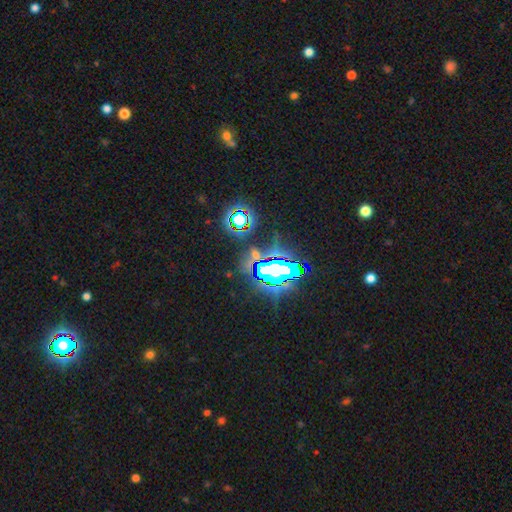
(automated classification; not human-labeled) star or artifact 75%, smooth 14%, featured or disk 11%.